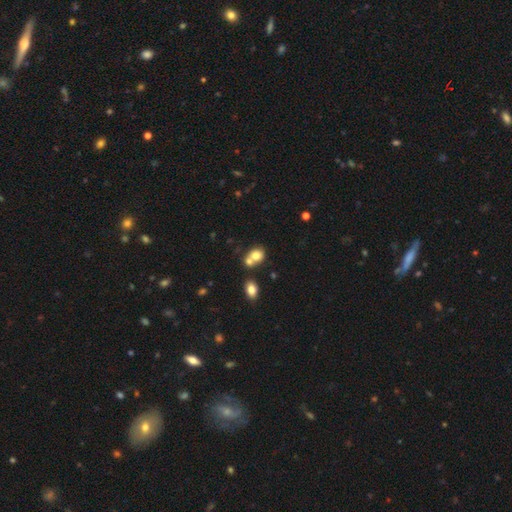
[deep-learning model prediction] A smooth galaxy with no disk features (77%) that is round (56%).

Vote fractions:
- Smooth or featured? smooth: 77% / featured or disk: 13% / star or artifact: 11%
- How rounded? round: 56% / in between: 43% / cigar-shaped: 1%
- Merging? merger: 52% / none: 35% / minor disturbance: 9% / major disturbance: 4%